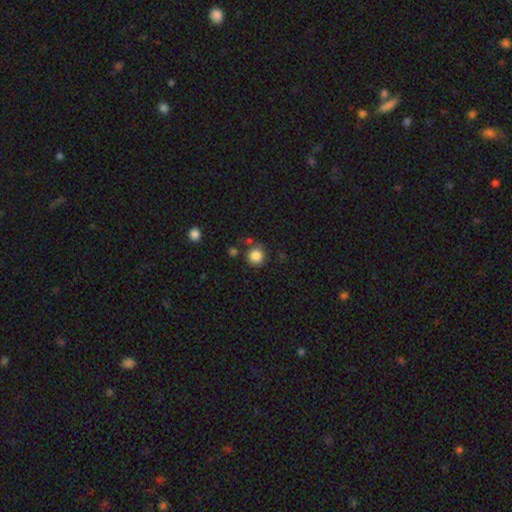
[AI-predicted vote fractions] smooth_or_featured: smooth (p=0.85) [alt: star or artifact p=0.11]
how_rounded: round (p=0.93) [alt: in between p=0.06]
merging: none (p=0.78) [alt: minor disturbance p=0.11]